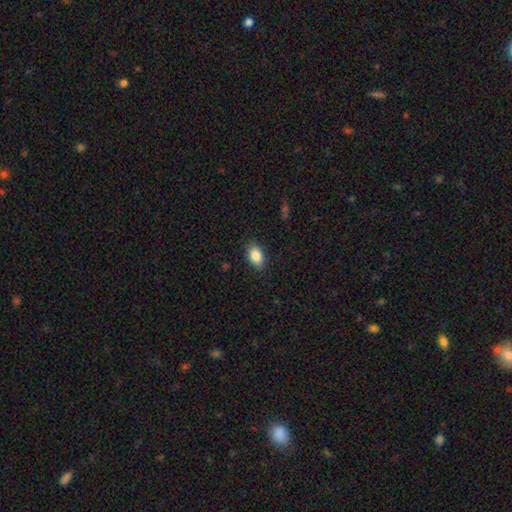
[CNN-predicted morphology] smooth 86%, star or artifact 8%, featured or disk 6%. Down the decision tree: how rounded — in between (89%); merging — none (87%).